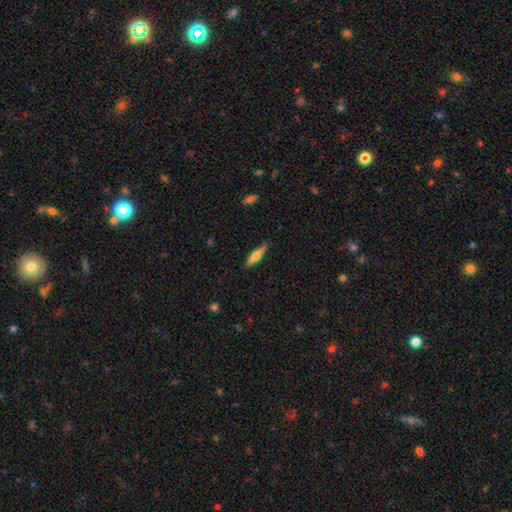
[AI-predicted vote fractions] smooth-or-featured: smooth: 53% | featured or disk: 41% | star or artifact: 6%
  how-rounded: cigar-shaped: 77% | in between: 21% | round: 2%
  merging: none: 85% | minor disturbance: 11% | major disturbance: 2% | merger: 1%